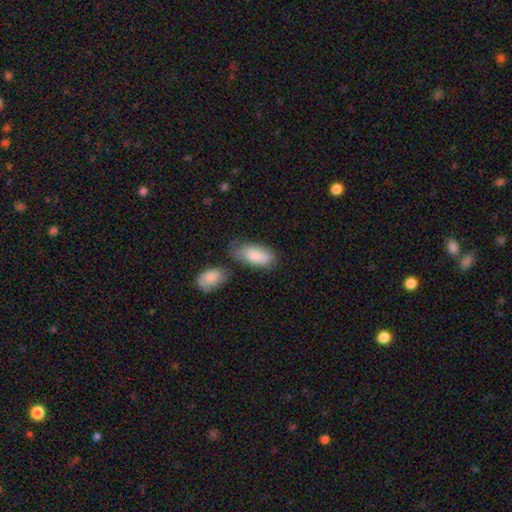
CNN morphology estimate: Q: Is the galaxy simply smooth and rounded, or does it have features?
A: smooth — 84%.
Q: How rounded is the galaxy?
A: in between — 91%.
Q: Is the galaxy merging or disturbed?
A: none — 50%.